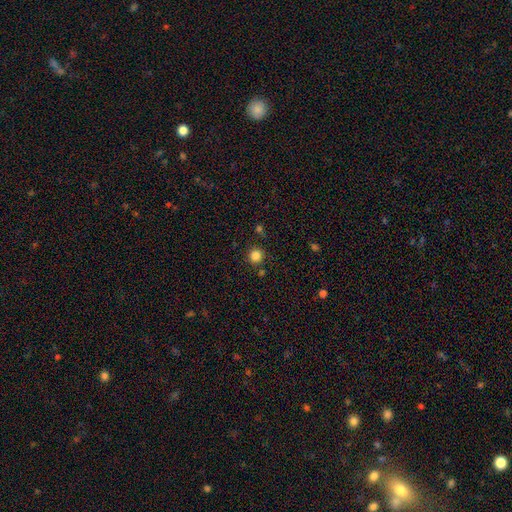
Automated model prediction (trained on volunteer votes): Morphology: type=smooth (84%); roundness=round (94%); merging=none (86%).